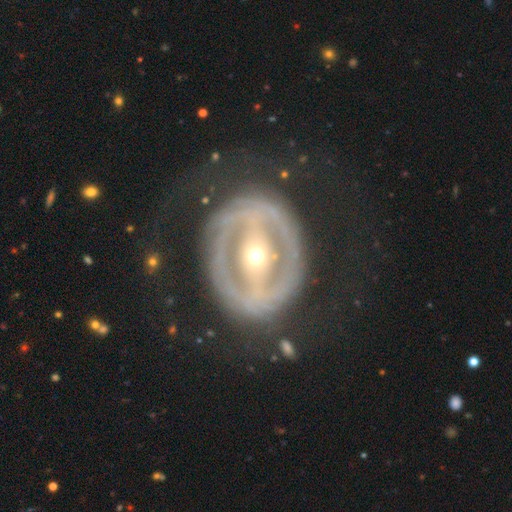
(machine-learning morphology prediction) featured or disk 82%, smooth 11%, star or artifact 6%. Down the decision tree: edge-on disk — no (93%); bar — strong (66%); spiral arms — no (63%); bulge size — small (65%); merging — none (69%).